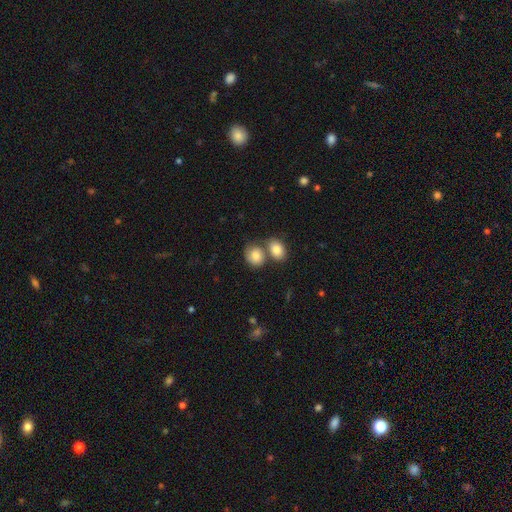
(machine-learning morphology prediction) This appears to be a smooth galaxy with no disk features (79%) that is in between round and cigar-shaped (51%). Merging: merger (45%).